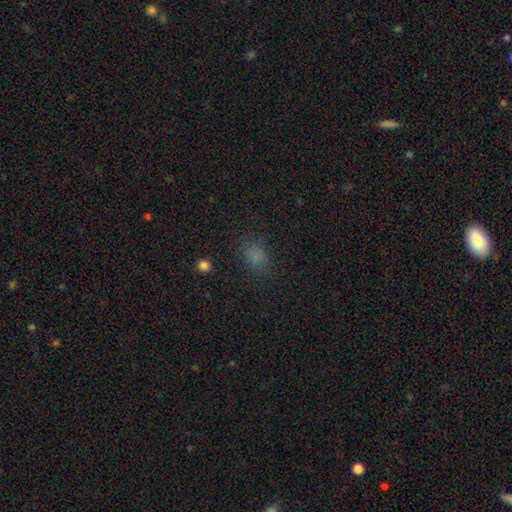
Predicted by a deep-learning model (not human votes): The model was most divided on "how rounded": in between: 65%, round: 33%, cigar-shaped: 2%. More confident: merging — none (79%); smooth or featured — smooth (76%).